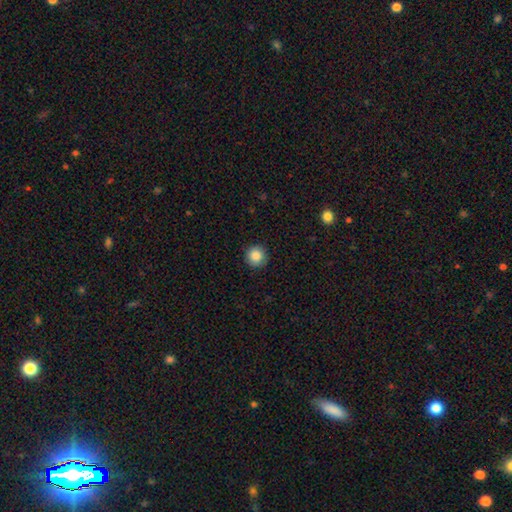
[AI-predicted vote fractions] This is clearly a smooth galaxy (87%). How rounded: clearly round (95%). Merging: clearly none (90%).